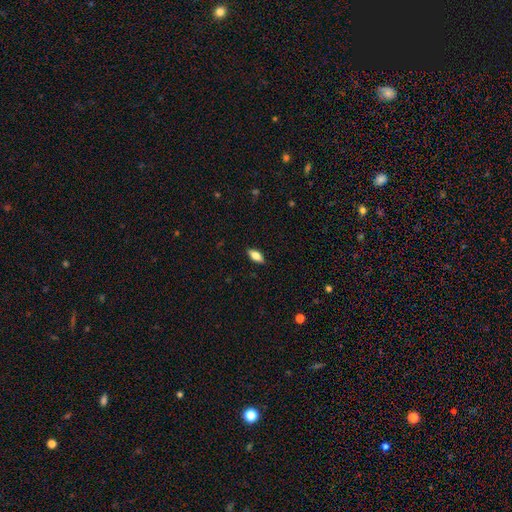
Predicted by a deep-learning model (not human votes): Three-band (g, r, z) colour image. It shows a smooth galaxy with no disk features (67%) that is in between round and cigar-shaped (80%). Merging: none (88%).